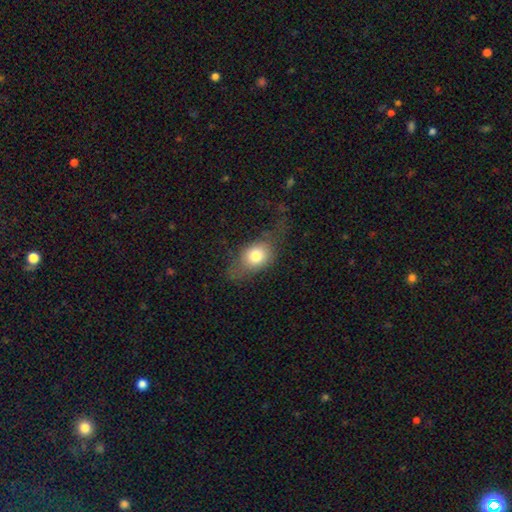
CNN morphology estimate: Smooth or featured?
  - smooth: 74% *
  - featured or disk: 17%
  - star or artifact: 9%
How rounded?
  - in between: 60% *
  - round: 37%
  - cigar-shaped: 3%
Merging?
  - none: 44% *
  - major disturbance: 27%
  - minor disturbance: 26%
  - merger: 2%